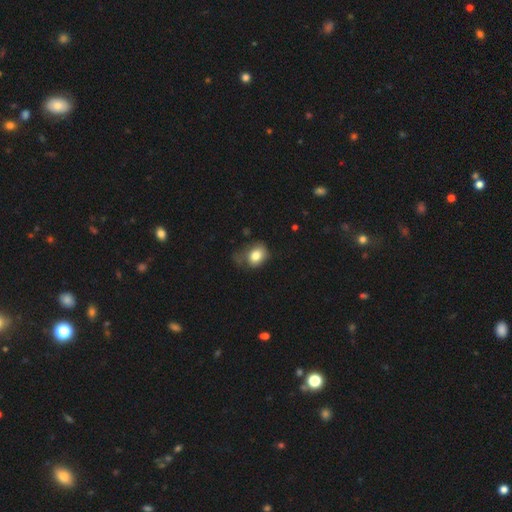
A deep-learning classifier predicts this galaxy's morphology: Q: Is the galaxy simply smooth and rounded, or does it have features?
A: smooth — 80%.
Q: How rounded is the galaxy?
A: in between — 58%.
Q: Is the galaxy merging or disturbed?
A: none — 44%.